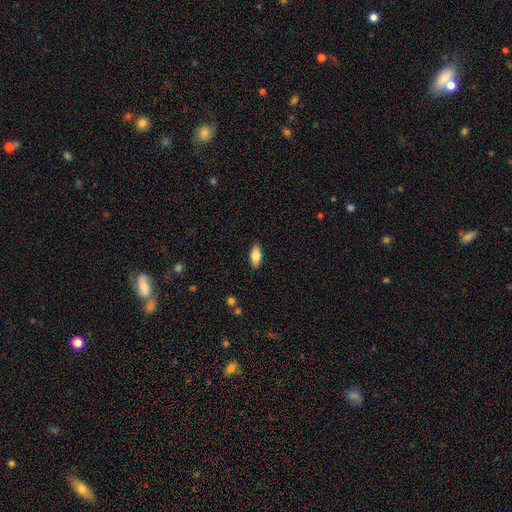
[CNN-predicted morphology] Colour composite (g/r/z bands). It shows a smooth galaxy with no disk features (75%) that is in between round and cigar-shaped (84%). Merging: none (88%).